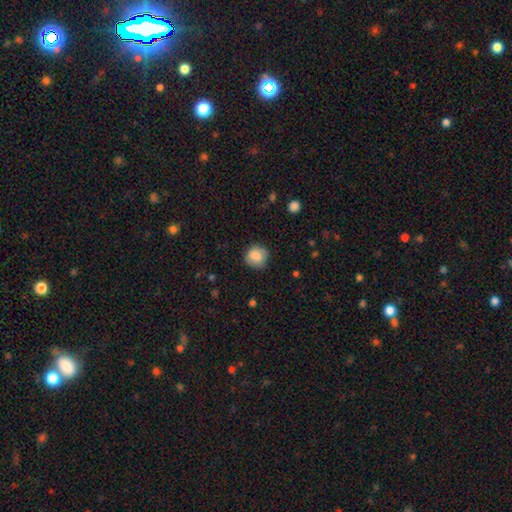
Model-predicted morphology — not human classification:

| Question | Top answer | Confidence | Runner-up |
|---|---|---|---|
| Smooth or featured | smooth | 84% | star or artifact (8%) |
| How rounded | round | 84% | in between (15%) |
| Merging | none | 79% | minor disturbance (16%) |